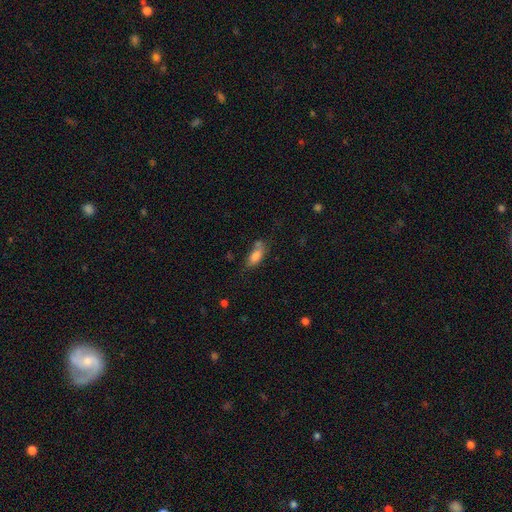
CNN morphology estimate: This is likely a smooth galaxy (79%). How rounded: clearly in between (83%). Merging: possibly none (48%).